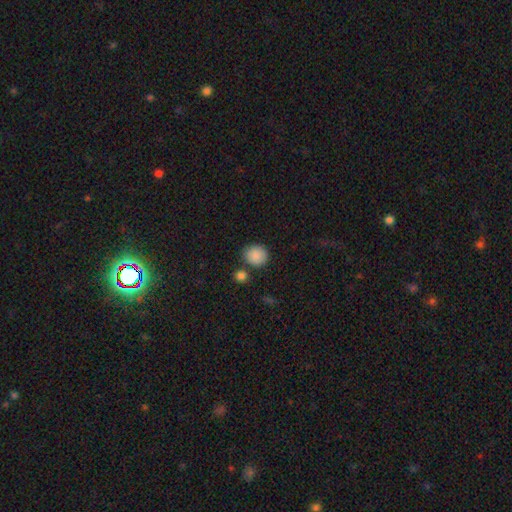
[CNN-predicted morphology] smooth-or-featured: smooth: 88% | star or artifact: 8% | featured or disk: 4%
  how-rounded: round: 83% | in between: 16% | cigar-shaped: 1%
  merging: none: 76% | minor disturbance: 11% | merger: 9% | major disturbance: 3%